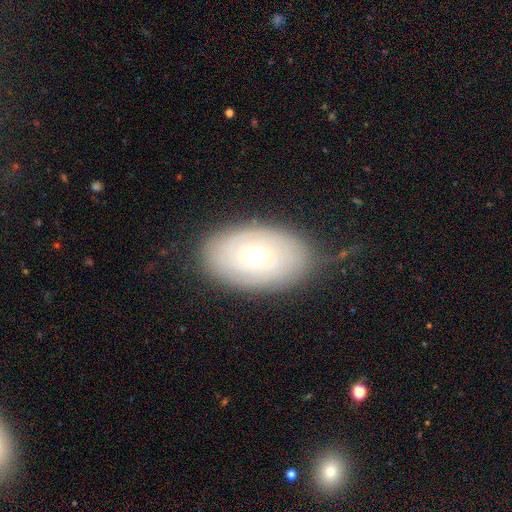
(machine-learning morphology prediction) smooth_or_featured: featured or disk (p=0.52) [alt: smooth p=0.40]
disk_edge_on: no (p=0.91) [alt: yes p=0.09]
merging: none (p=0.72) [alt: minor disturbance p=0.19]